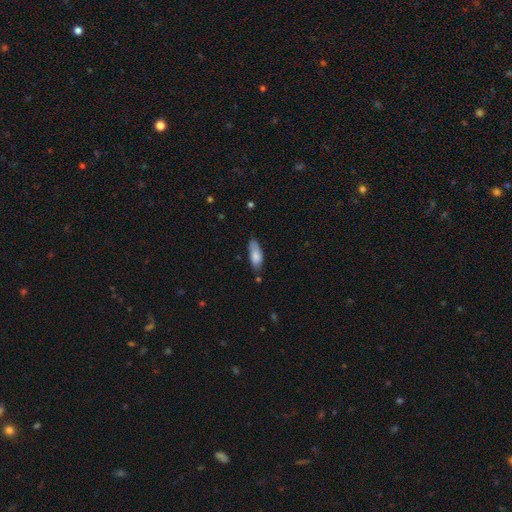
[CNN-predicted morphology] Smooth or featured? Predicted: smooth (p=0.80). How rounded? Predicted: in between (p=0.75). Merging? Predicted: none (p=0.66).